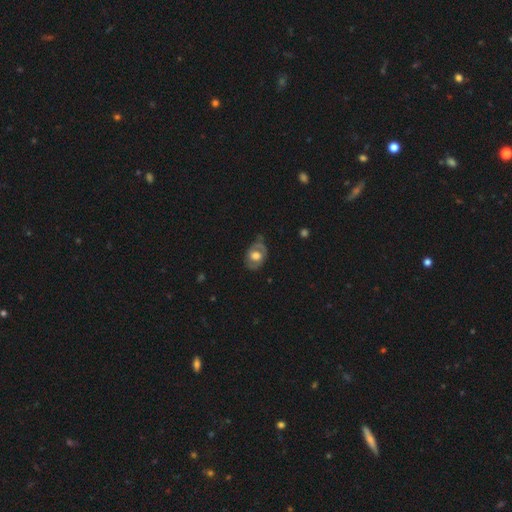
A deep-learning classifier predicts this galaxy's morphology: A featured or disk galaxy (53%). Merging: none (62%).